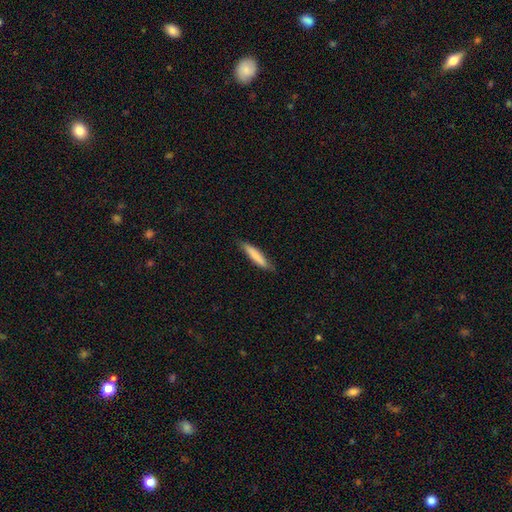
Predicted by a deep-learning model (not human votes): A smooth galaxy with no disk features (81%) that is cigar-shaped (88%).

Vote fractions:
- Smooth or featured? smooth: 81% / featured or disk: 14% / star or artifact: 5%
- How rounded? cigar-shaped: 88% / in between: 11% / round: 1%
- Merging? none: 83% / minor disturbance: 14% / major disturbance: 2% / merger: 1%